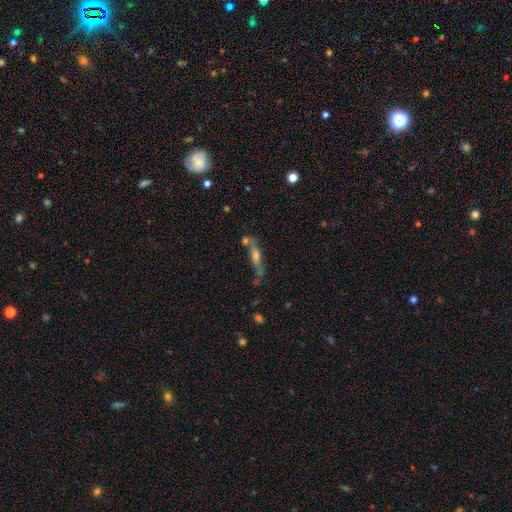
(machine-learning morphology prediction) This is possibly a featured or disk galaxy (53%). It is likely viewed edge-on (72%). Merging: possibly none (52%).